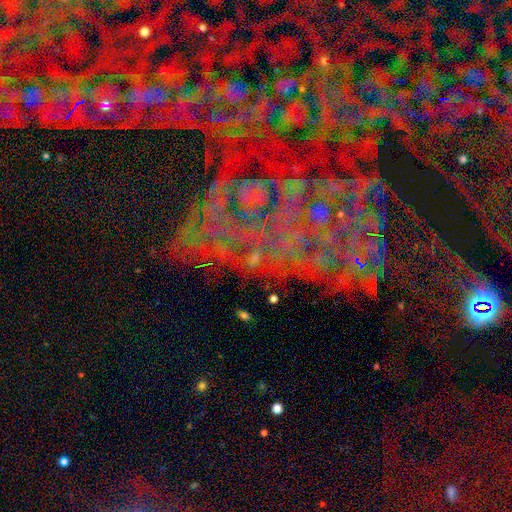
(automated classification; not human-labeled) The model was most divided on "smooth or featured": star or artifact: 76%, featured or disk: 14%, smooth: 10%.